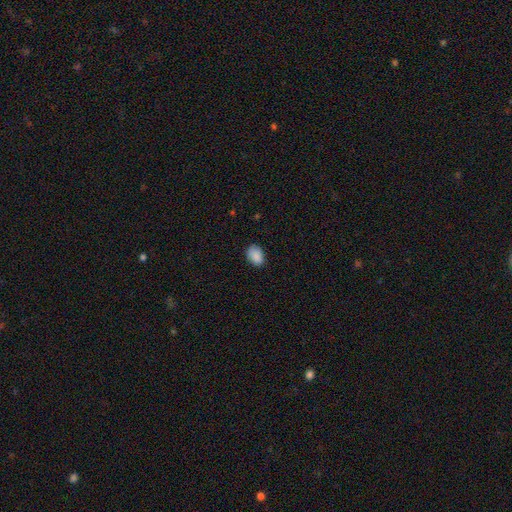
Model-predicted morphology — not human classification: Smooth or featured?
  - smooth: 89% *
  - star or artifact: 7%
  - featured or disk: 4%
How rounded?
  - in between: 83% *
  - round: 16%
  - cigar-shaped: 1%
Merging?
  - none: 81% *
  - minor disturbance: 15%
  - major disturbance: 3%
  - merger: 1%